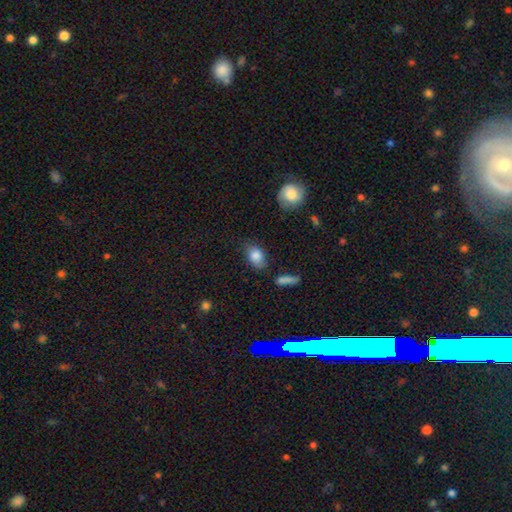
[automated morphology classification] The model was most divided on "merging": none: 68%, minor disturbance: 23%, major disturbance: 6%, merger: 4%. More confident: how rounded — in between (84%); smooth or featured — smooth (81%).